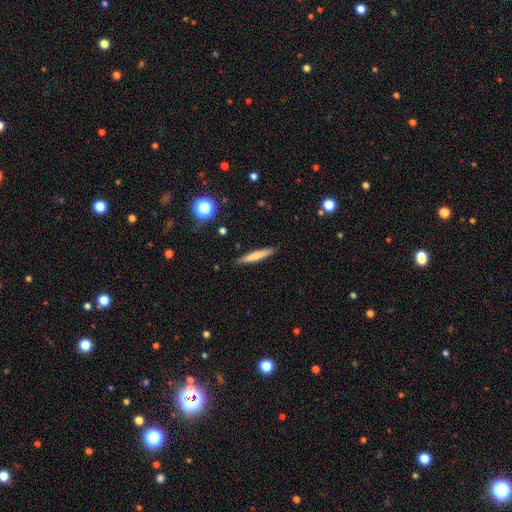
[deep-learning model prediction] Smooth or featured? Predicted: smooth (p=0.70). How rounded? Predicted: cigar-shaped (p=0.94). Merging? Predicted: none (p=0.90).